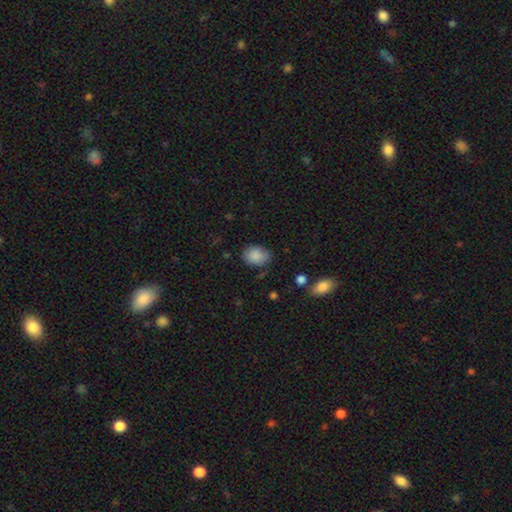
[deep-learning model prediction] Smooth or featured? smooth (87%)
How rounded? in between (69%)
Merging? none (76%)